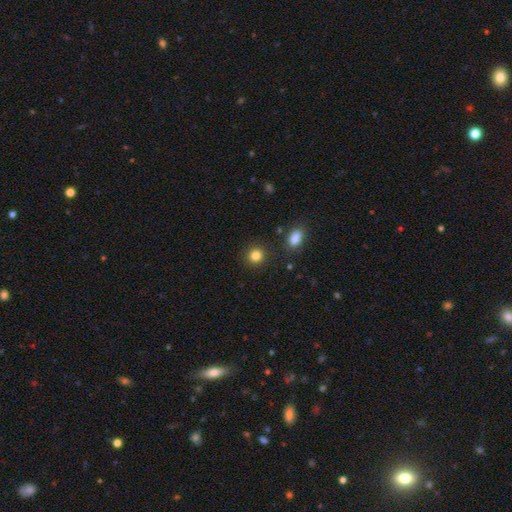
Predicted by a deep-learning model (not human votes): A smooth galaxy with no disk features (84%) that is round (90%). Merging: none (89%).